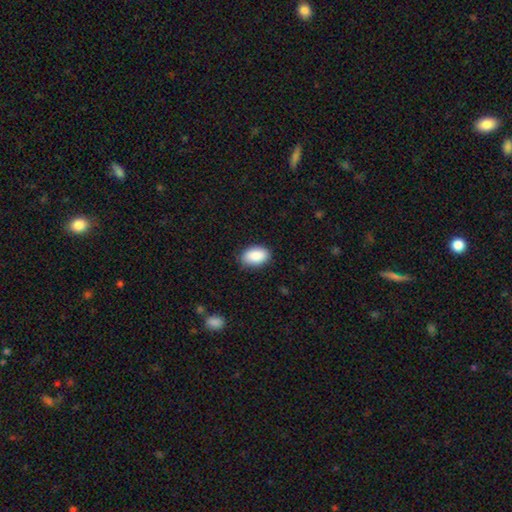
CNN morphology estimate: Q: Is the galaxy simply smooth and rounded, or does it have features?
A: smooth — 90%.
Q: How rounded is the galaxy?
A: in between — 92%.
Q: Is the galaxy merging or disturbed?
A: none — 84%.